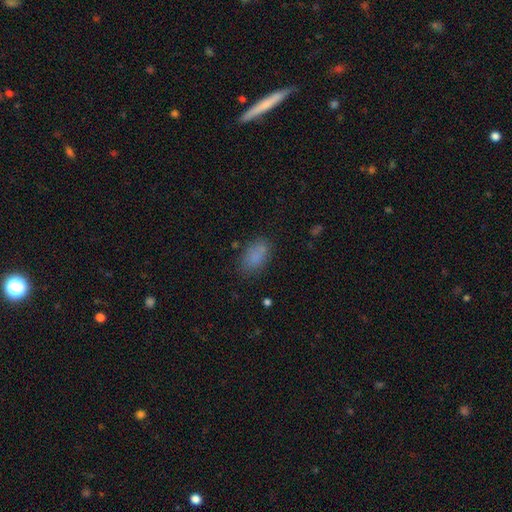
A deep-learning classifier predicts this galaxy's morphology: A smooth galaxy with no disk features (84%) that is in between round and cigar-shaped (91%).

Vote fractions:
- Smooth or featured? smooth: 84% / star or artifact: 10% / featured or disk: 6%
- How rounded? in between: 91% / round: 6% / cigar-shaped: 3%
- Merging? none: 77% / minor disturbance: 15% / major disturbance: 5% / merger: 2%